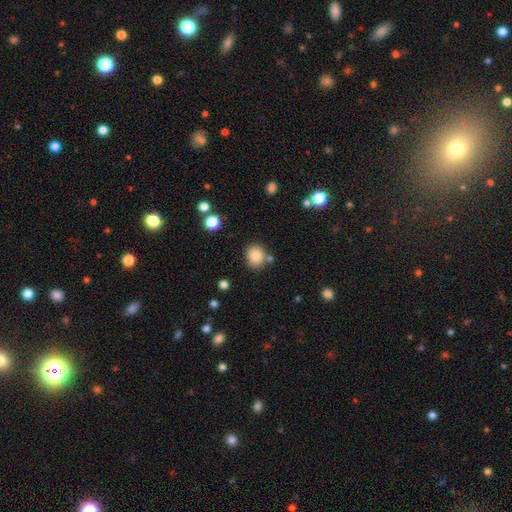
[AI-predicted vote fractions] A smooth galaxy with no disk features (86%) that is round (78%).

Vote fractions:
- Smooth or featured? smooth: 86% / star or artifact: 10% / featured or disk: 5%
- How rounded? round: 78% / in between: 22% / cigar-shaped: 1%
- Merging? none: 78% / minor disturbance: 11% / merger: 8% / major disturbance: 3%